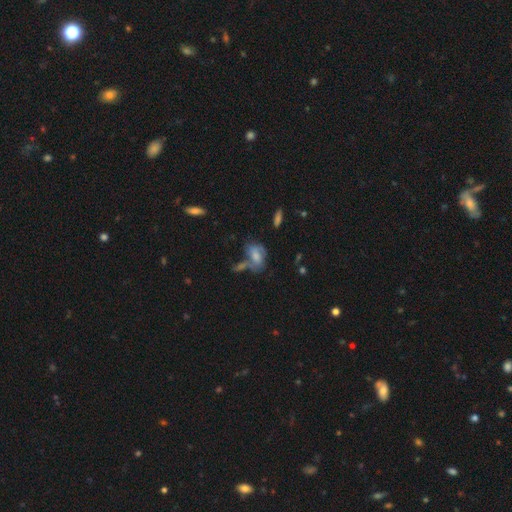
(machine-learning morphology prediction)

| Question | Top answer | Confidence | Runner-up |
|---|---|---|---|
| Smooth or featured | smooth | 56% | featured or disk (33%) |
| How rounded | in between | 85% | round (12%) |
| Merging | none | 35% | merger (28%) |